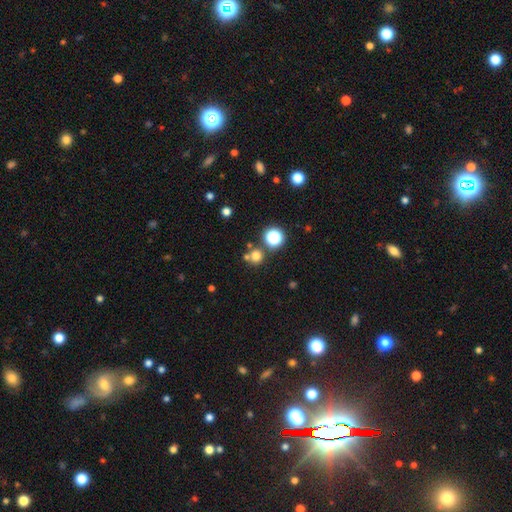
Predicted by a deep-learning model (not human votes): smooth-or-featured: smooth: 72% | star or artifact: 21% | featured or disk: 7%
  how-rounded: round: 91% | in between: 8% | cigar-shaped: 1%
  merging: none: 70% | merger: 19% | minor disturbance: 8% | major disturbance: 3%